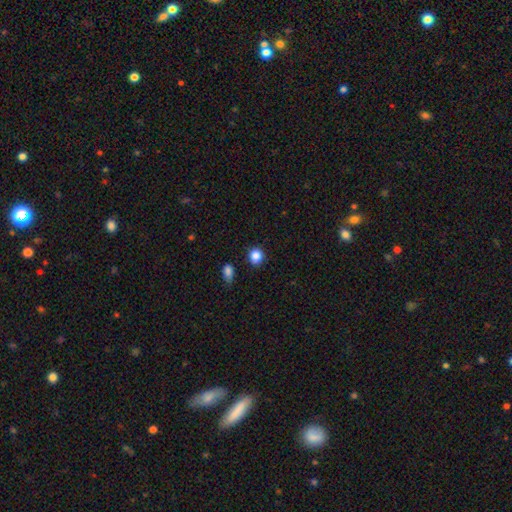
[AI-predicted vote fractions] smooth 86%, star or artifact 10%, featured or disk 4%. Down the decision tree: how rounded — round (85%); merging — none (82%).